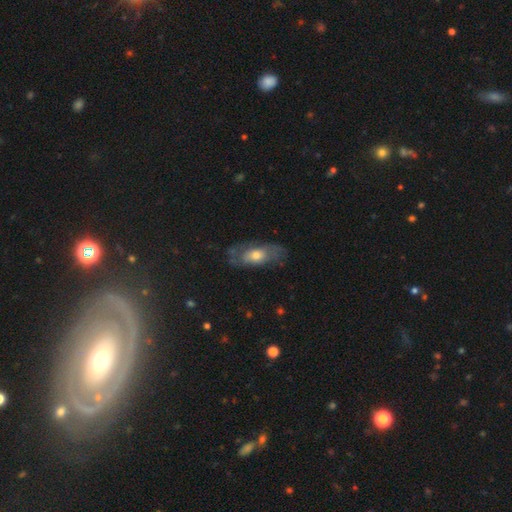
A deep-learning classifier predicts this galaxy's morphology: This is possibly a smooth galaxy (50%). Merging: likely none (61%).